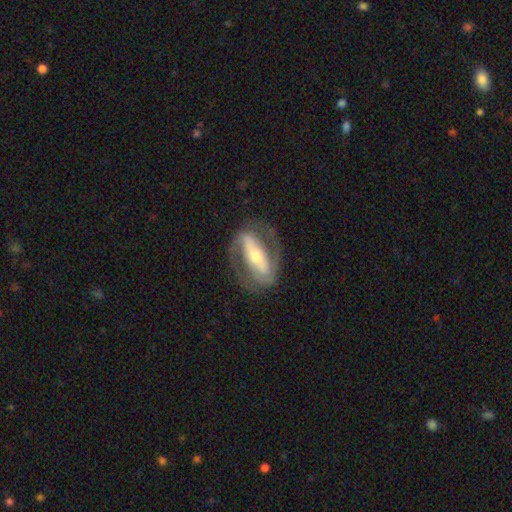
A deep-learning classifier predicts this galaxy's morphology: type=featured or disk (84%); edge-on=no (90%); bar=strong (67%); spiral arms=yes (86%); winding=medium (46%); arm count=2 (88%); bulge=moderate (58%); merging=none (77%).